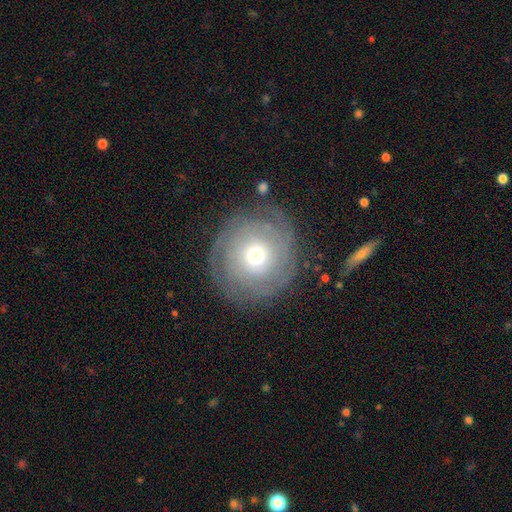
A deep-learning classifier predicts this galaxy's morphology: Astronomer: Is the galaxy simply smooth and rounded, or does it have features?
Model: featured or disk — 67%.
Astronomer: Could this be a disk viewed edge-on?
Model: no — 97%.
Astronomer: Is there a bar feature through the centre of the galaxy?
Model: no — 83%.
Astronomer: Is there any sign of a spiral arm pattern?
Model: yes — 83%.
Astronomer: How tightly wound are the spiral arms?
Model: tight — 79%.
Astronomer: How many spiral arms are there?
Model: can't tell — 45%.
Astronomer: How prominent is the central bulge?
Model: moderate — 57% (runner-up: small, 36%).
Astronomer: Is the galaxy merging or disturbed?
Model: none — 81%.